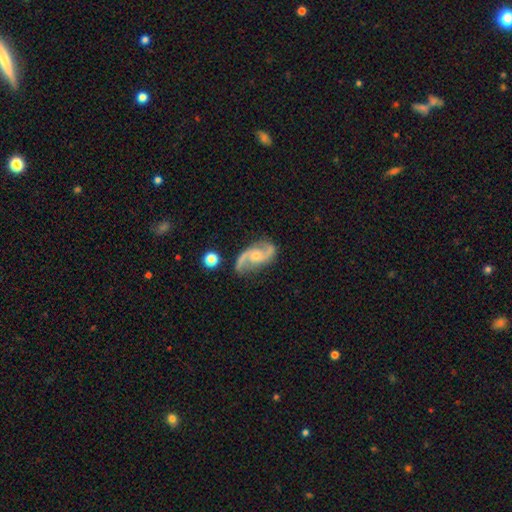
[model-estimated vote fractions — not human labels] This appears to be a featured or disk galaxy (89%) with no bar (63%), 2 (92%) medium (45%) spiral arms (97%) and a small central bulge (60%). Merging: none (73%).